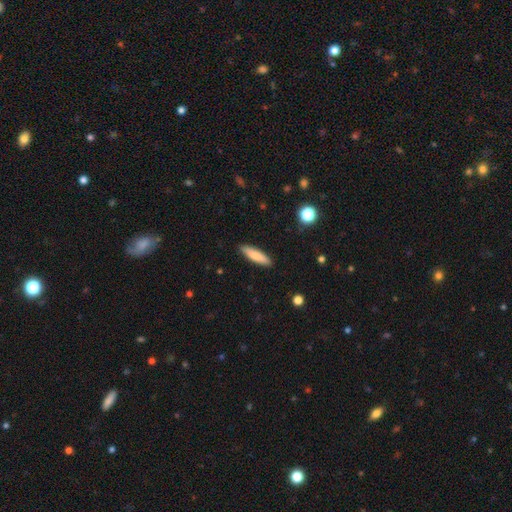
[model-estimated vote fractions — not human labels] This appears to be a smooth galaxy with no disk features (79%) that is cigar-shaped (70%). Merging: none (90%).